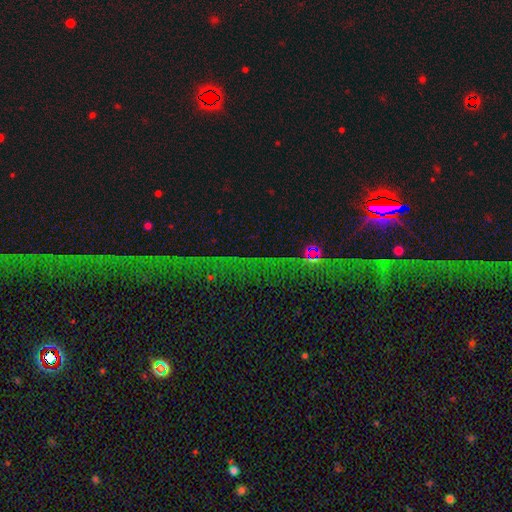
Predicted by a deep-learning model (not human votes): Q: Smooth or featured?
A: star or artifact (81%); runner-up: featured or disk (11%)